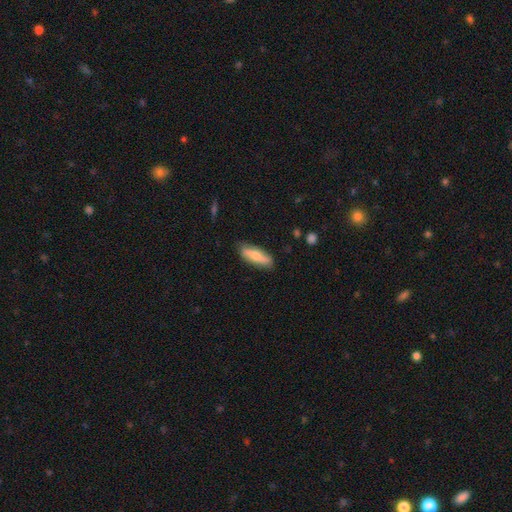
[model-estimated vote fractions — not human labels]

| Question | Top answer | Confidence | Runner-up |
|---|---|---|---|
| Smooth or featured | smooth | 61% | featured or disk (33%) |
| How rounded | cigar-shaped | 51% | in between (47%) |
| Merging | none | 81% | minor disturbance (15%) |